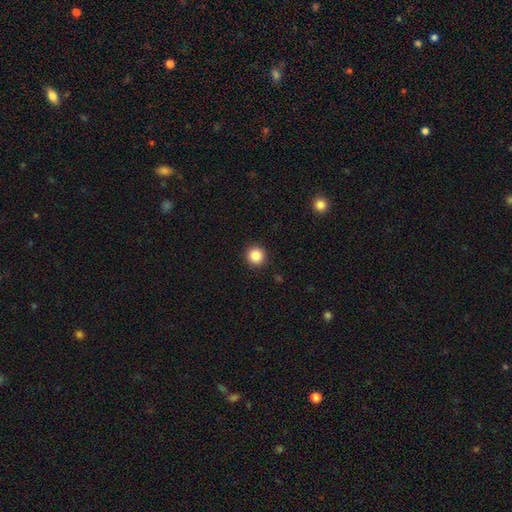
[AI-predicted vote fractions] Smooth or featured? smooth (87%)
How rounded? round (94%)
Merging? none (92%)